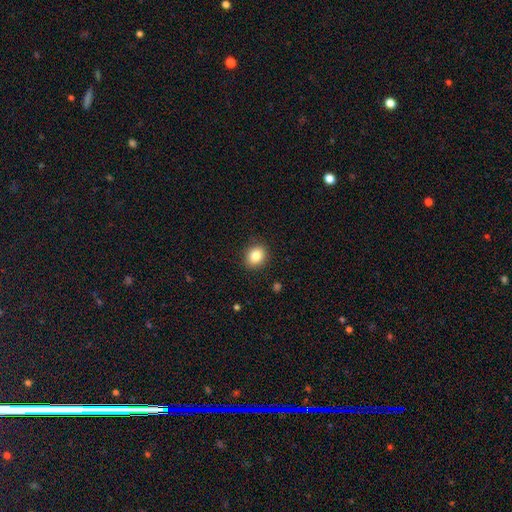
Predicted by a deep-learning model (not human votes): Smooth or featured? Predicted: smooth (p=0.83). How rounded? Predicted: round (p=0.65). Merging? Predicted: none (p=0.89).